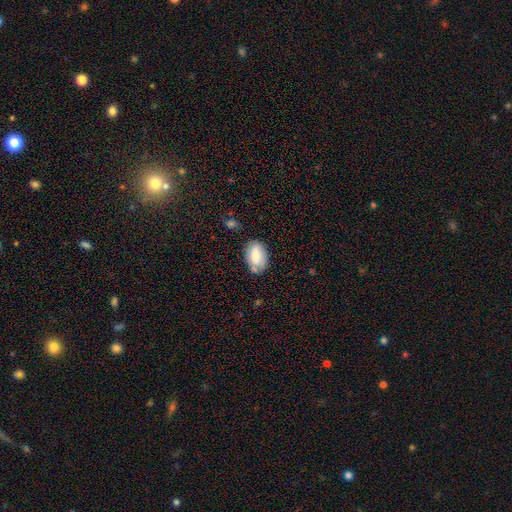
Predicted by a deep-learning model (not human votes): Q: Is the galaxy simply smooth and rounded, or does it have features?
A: smooth — 70%.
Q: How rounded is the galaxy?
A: in between — 89%.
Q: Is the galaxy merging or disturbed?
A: none — 66%.